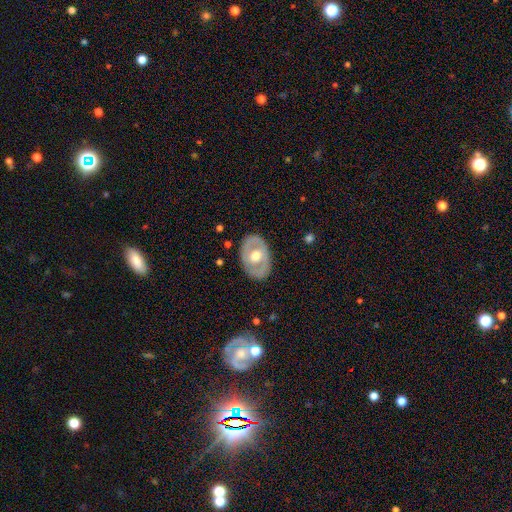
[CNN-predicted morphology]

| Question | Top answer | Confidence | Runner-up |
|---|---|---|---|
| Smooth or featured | featured or disk | 62% | smooth (34%) |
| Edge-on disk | no | 91% | yes (9%) |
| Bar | no | 74% | weak (20%) |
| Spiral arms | no | 74% | yes (26%) |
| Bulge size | moderate | 73% | large (18%) |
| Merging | none | 83% | minor disturbance (13%) |